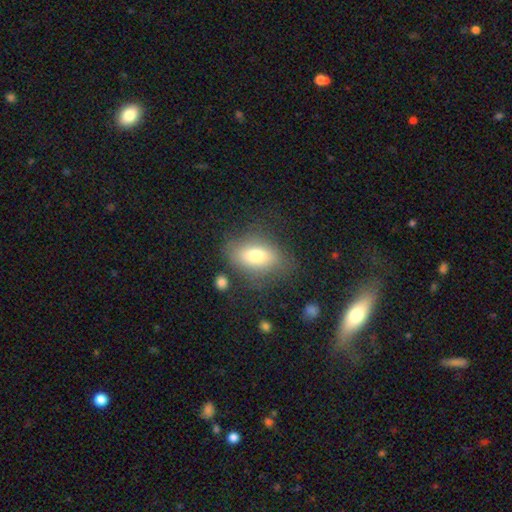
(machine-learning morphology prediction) Q: Smooth or featured?
A: smooth (72%); runner-up: featured or disk (19%)
Q: How rounded?
A: in between (82%); runner-up: round (15%)
Q: Merging?
A: none (66%); runner-up: minor disturbance (20%)